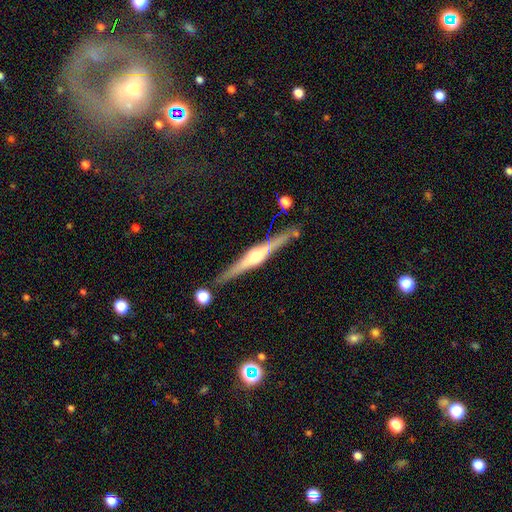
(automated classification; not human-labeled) Smooth or featured? Predicted: featured or disk (p=0.80). Edge-on disk? Predicted: yes (p=0.98). Edge-on bulge? Predicted: rounded (p=0.84). Merging? Predicted: none (p=0.86).